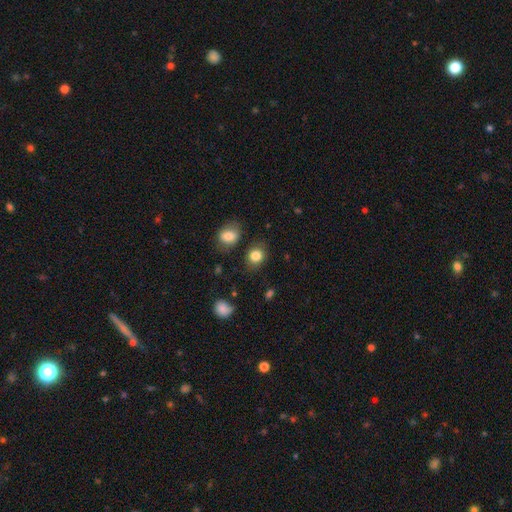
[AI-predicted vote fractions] The model was most divided on "how rounded": round: 63%, in between: 36%, cigar-shaped: 1%. More confident: smooth or featured — smooth (83%); merging — none (79%).